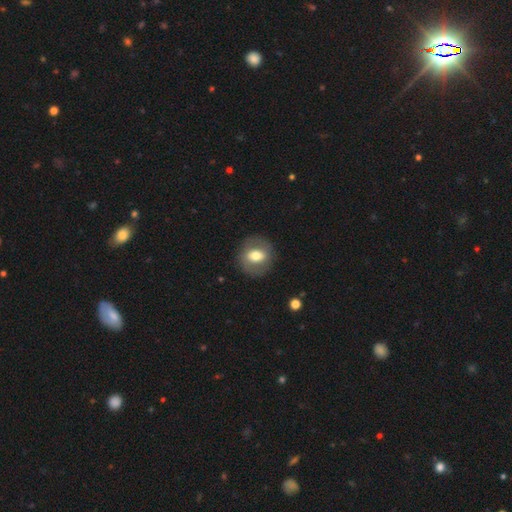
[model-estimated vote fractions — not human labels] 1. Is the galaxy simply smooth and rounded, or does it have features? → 55% smooth, 38% featured or disk, 7% star or artifact.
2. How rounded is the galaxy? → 67% round, 32% in between, 1% cigar-shaped.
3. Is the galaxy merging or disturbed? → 84% none, 10% minor disturbance, 5% major disturbance, 1% merger.